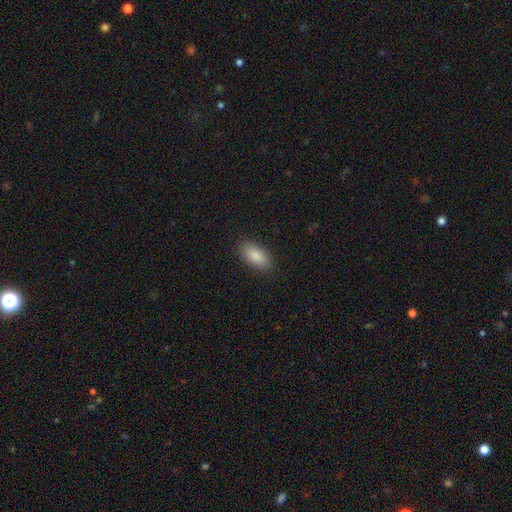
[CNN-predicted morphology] Smooth or featured?
  - smooth: 87% *
  - star or artifact: 7%
  - featured or disk: 6%
How rounded?
  - in between: 91% *
  - cigar-shaped: 6%
  - round: 3%
Merging?
  - none: 88% *
  - minor disturbance: 9%
  - major disturbance: 2%
  - merger: 1%